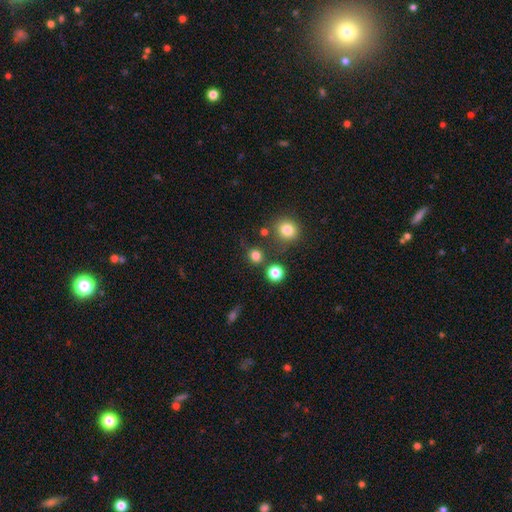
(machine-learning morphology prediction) A smooth galaxy with no disk features (80%) that is round (87%).

Vote fractions:
- Smooth or featured? smooth: 80% / star or artifact: 16% / featured or disk: 5%
- How rounded? round: 87% / in between: 12% / cigar-shaped: 1%
- Merging? none: 77% / minor disturbance: 10% / merger: 9% / major disturbance: 4%